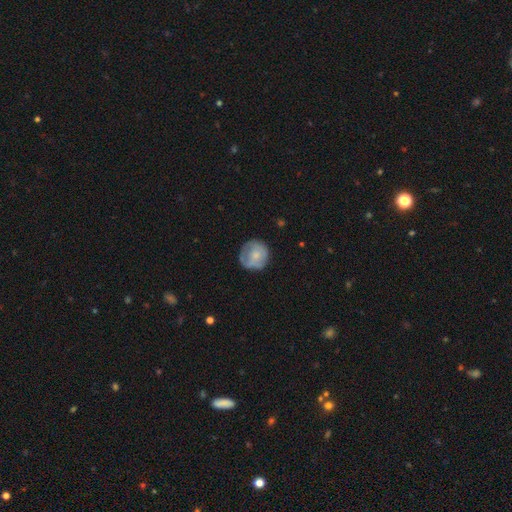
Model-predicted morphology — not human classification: smooth_or_featured: smooth (p=0.62) [alt: featured or disk p=0.31]
how_rounded: round (p=0.91) [alt: in between p=0.08]
merging: none (p=0.70) [alt: minor disturbance p=0.21]